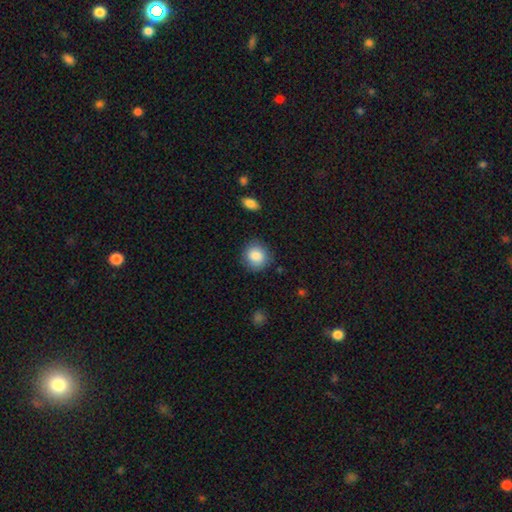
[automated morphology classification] Smooth or featured? smooth (86%)
How rounded? round (86%)
Merging? none (85%)